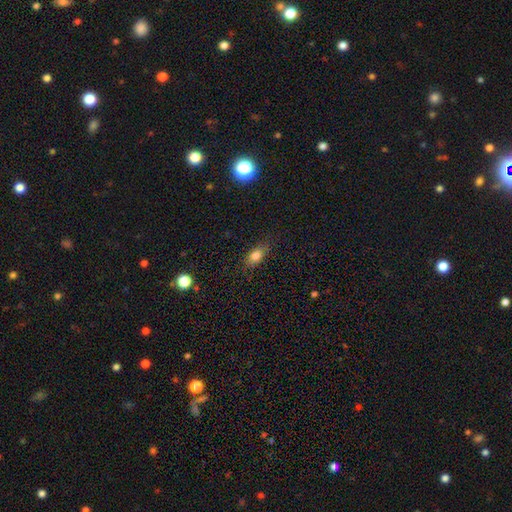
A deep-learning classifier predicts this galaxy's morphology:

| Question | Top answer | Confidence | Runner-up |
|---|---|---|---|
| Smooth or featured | smooth | 78% | featured or disk (11%) |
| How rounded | in between | 78% | round (11%) |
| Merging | none | 80% | minor disturbance (15%) |